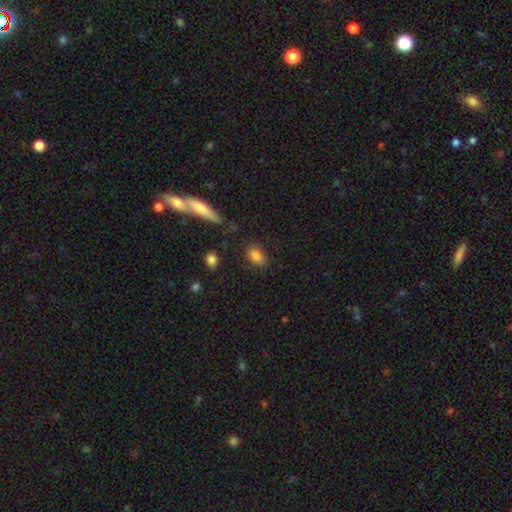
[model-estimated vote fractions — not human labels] This is clearly a smooth galaxy (85%). How rounded: clearly in between (84%). Merging: likely none (77%).